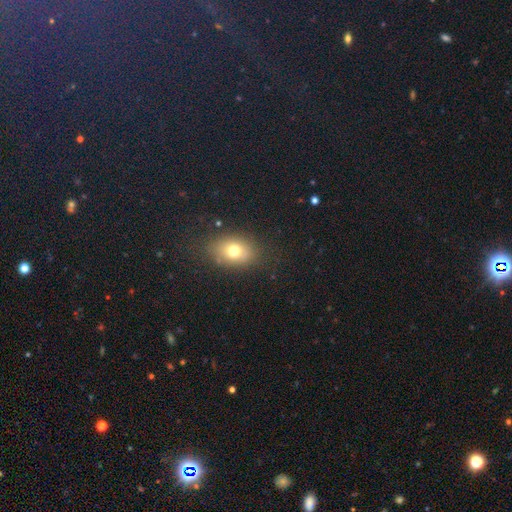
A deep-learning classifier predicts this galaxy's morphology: Overall: smooth (68%). How rounded: in between (70%). Merging: none (87%).